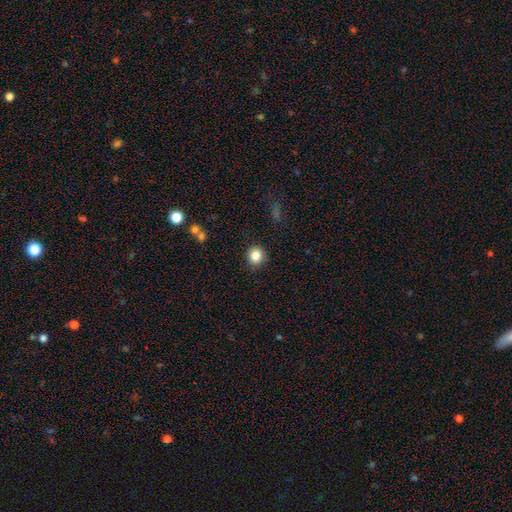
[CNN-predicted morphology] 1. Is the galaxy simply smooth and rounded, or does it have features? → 84% smooth, 11% star or artifact, 6% featured or disk.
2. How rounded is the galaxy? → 86% round, 13% in between, 1% cigar-shaped.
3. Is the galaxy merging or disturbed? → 90% none, 7% minor disturbance, 2% major disturbance, 1% merger.